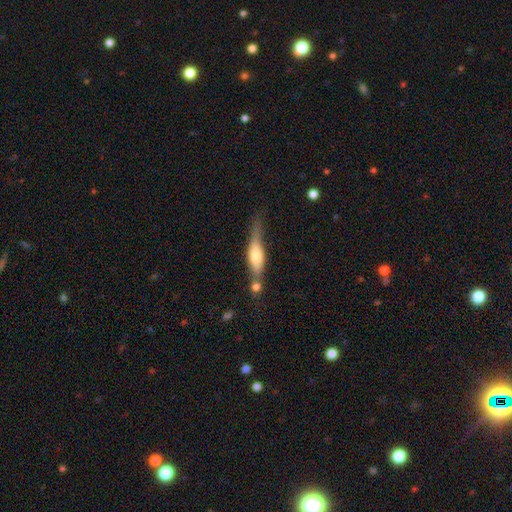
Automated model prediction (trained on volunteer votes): A featured or disk galaxy (52%) viewed edge-on (87%). Merging: none (49%).